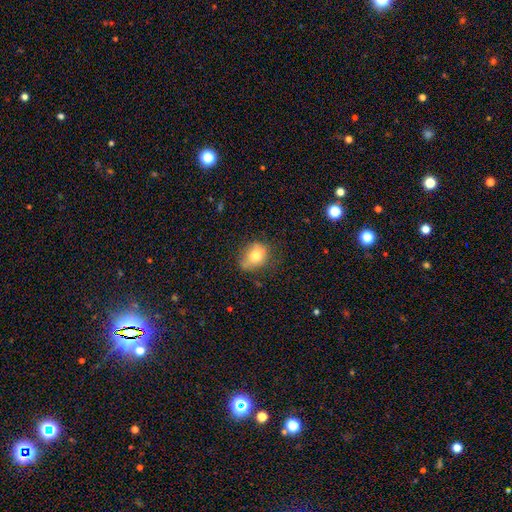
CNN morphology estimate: A smooth galaxy with no disk features (73%) that is in between round and cigar-shaped (62%).

Vote fractions:
- Smooth or featured? smooth: 73% / featured or disk: 18% / star or artifact: 9%
- How rounded? in between: 62% / round: 36% / cigar-shaped: 1%
- Merging? none: 65% / minor disturbance: 26% / major disturbance: 7% / merger: 2%